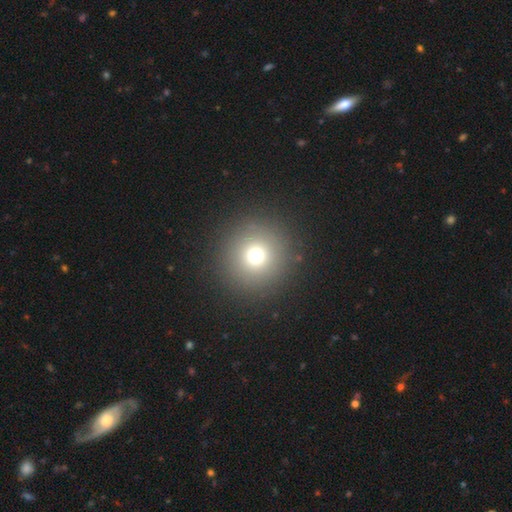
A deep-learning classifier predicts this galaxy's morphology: smooth 71%, star or artifact 19%, featured or disk 10%. Down the decision tree: how rounded — round (96%); merging — none (90%).